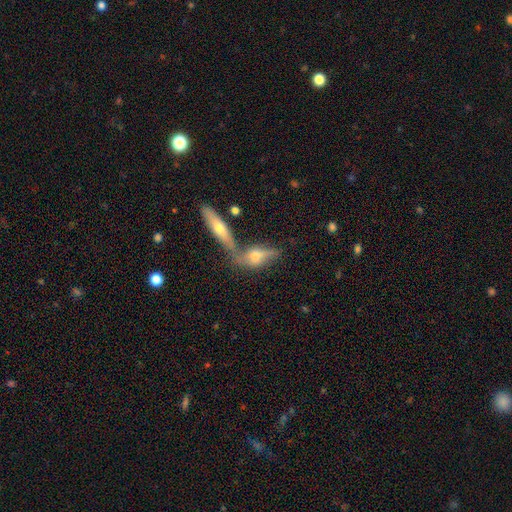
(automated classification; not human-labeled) This is possibly a featured or disk galaxy (47%). Merging: marginally none (44%).